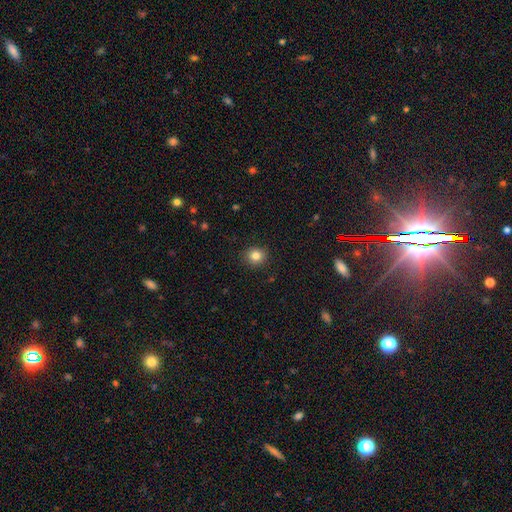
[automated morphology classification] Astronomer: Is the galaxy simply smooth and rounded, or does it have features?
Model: smooth — 83%.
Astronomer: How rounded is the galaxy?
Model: round — 85%.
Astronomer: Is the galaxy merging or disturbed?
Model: none — 90%.